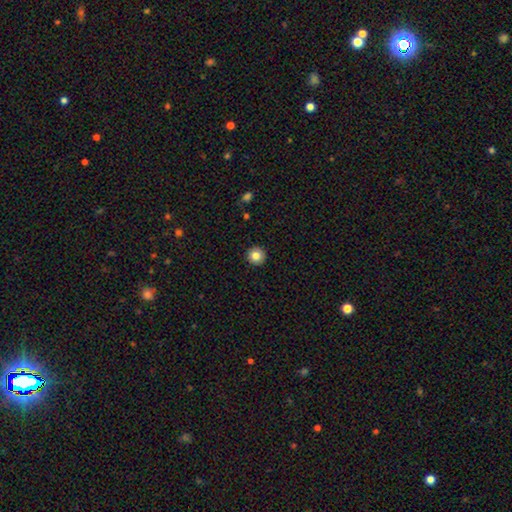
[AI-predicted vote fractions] A smooth galaxy with no disk features (83%) that is round (96%).

Vote fractions:
- Smooth or featured? smooth: 83% / star or artifact: 10% / featured or disk: 7%
- How rounded? round: 96% / in between: 3% / cigar-shaped: 1%
- Merging? none: 93% / minor disturbance: 4% / major disturbance: 1% / merger: 1%